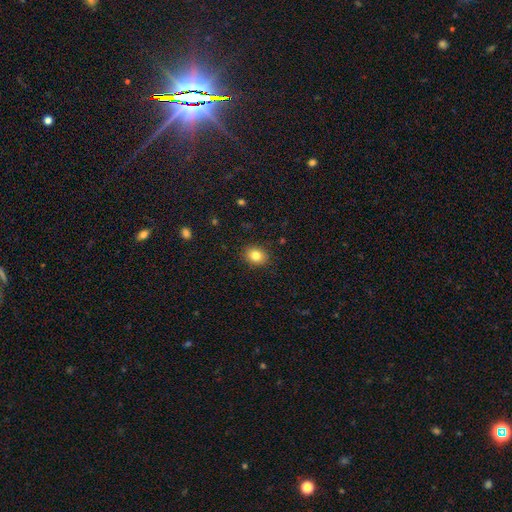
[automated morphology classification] smooth_or_featured: smooth (p=0.82) [alt: star or artifact p=0.10]
how_rounded: round (p=0.50) [alt: in between p=0.49]
merging: none (p=0.88) [alt: minor disturbance p=0.08]